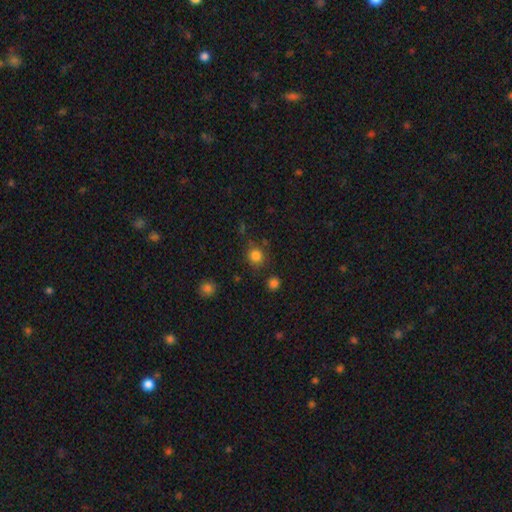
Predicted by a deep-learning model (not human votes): Morphology: type=smooth (82%); roundness=round (88%); merging=none (78%).